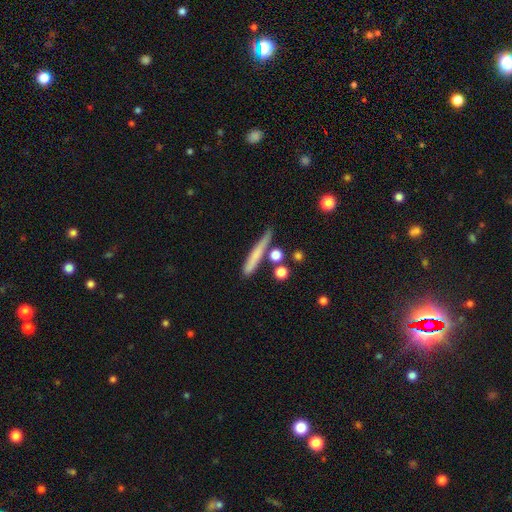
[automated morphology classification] A smooth galaxy with no disk features (63%) that is cigar-shaped (89%). Merging: none (71%).